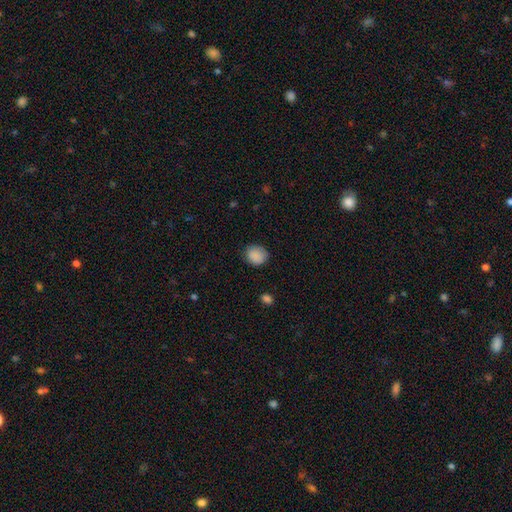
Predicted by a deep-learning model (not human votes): A smooth galaxy with no disk features (88%) that is round (72%). Merging: none (81%).